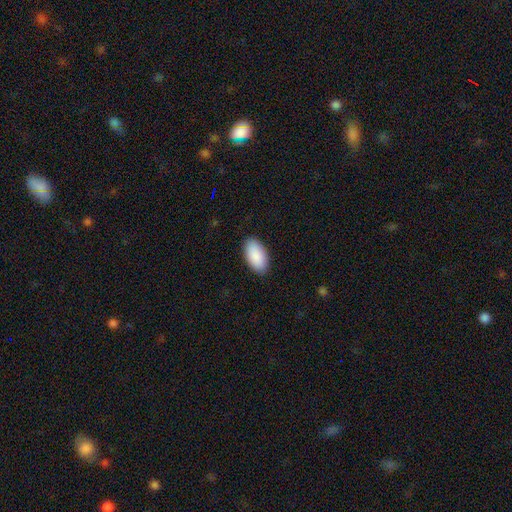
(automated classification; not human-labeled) Overall: smooth (91%). How rounded: in between (96%). Merging: none (89%).